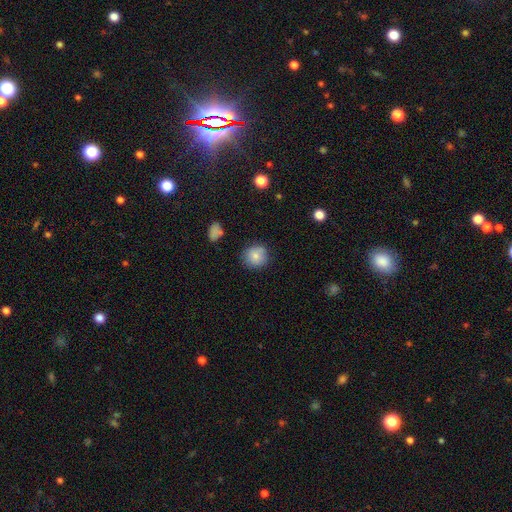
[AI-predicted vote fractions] Overall: smooth (81%). How rounded: round (88%). Merging: none (81%).